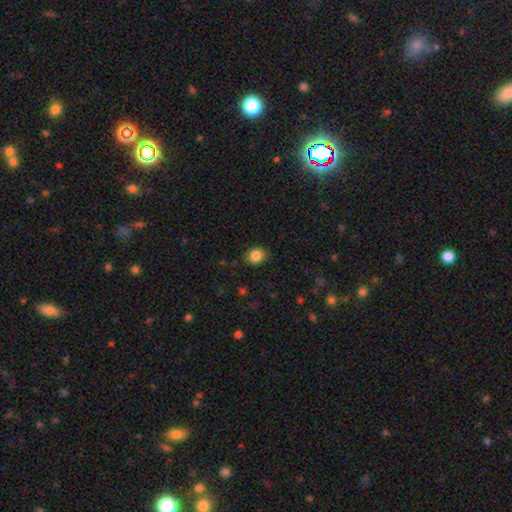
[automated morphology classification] A smooth galaxy with no disk features (85%) that is round (63%).

Vote fractions:
- Smooth or featured? smooth: 85% / star or artifact: 9% / featured or disk: 5%
- How rounded? round: 63% / in between: 36% / cigar-shaped: 1%
- Merging? none: 84% / minor disturbance: 12% / major disturbance: 3% / merger: 1%